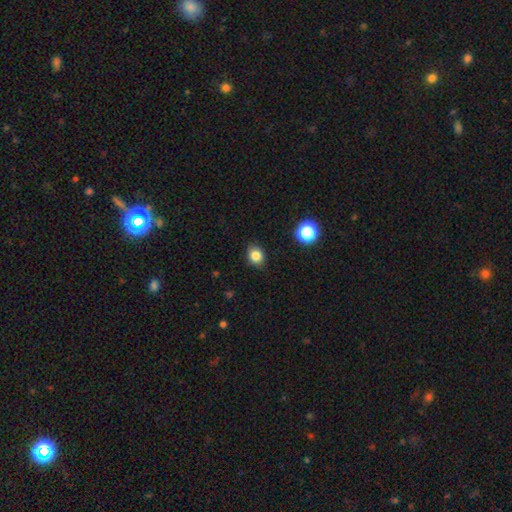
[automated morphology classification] type=smooth (83%); roundness=round (61%); merging=none (86%).